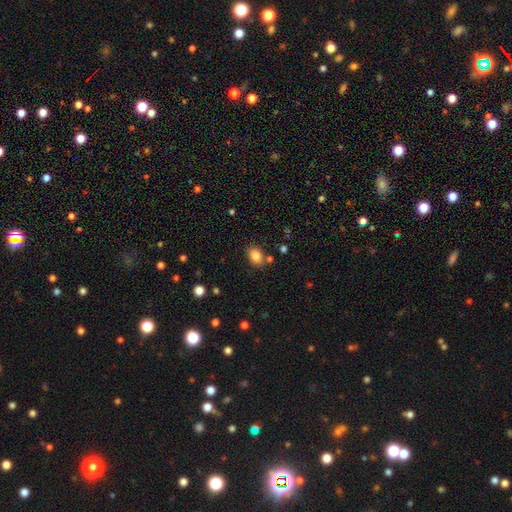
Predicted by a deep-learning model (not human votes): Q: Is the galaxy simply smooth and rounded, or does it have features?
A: smooth — 84%.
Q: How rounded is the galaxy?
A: in between — 69%.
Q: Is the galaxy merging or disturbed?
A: none — 77%.